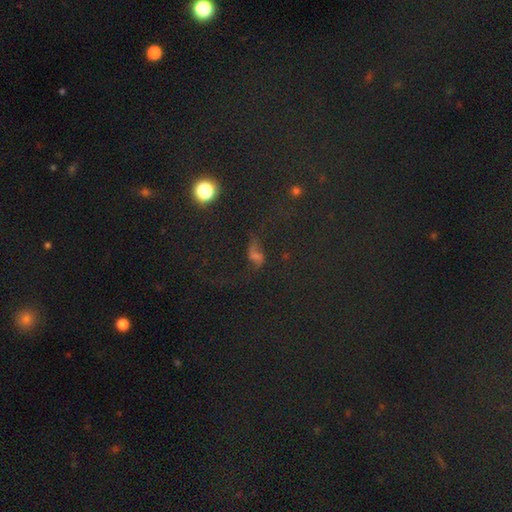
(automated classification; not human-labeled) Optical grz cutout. It shows a star or artifact, not a galaxy (53%).